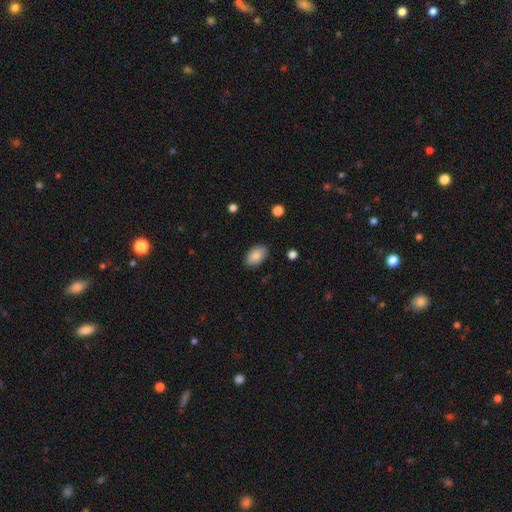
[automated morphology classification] Smooth or featured: smooth — 86% (star or artifact — 7%)
How rounded: in between — 92% (round — 7%)
Merging: none — 86% (minor disturbance — 11%)